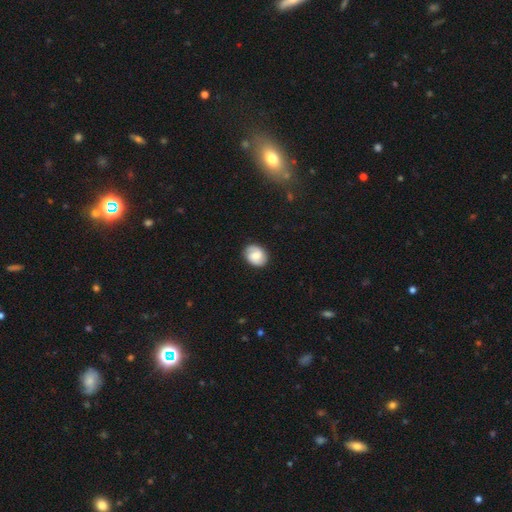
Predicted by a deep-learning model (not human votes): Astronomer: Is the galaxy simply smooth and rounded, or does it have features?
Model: smooth — 56% (runner-up: featured or disk, 36%).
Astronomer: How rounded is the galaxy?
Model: in between — 50% (runner-up: round, 49%).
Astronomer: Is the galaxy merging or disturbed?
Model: none — 82%.